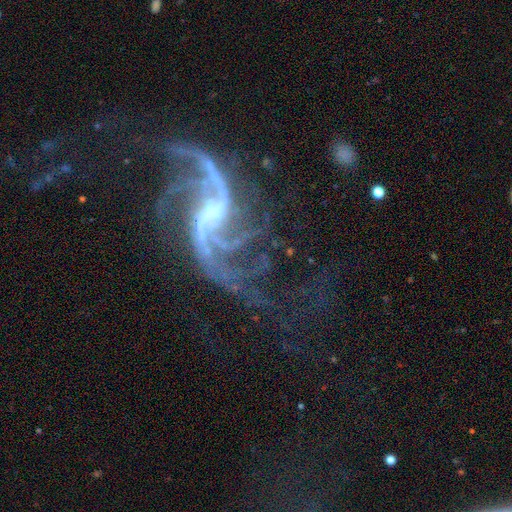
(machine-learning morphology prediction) Q: Smooth or featured?
A: featured or disk (90%); runner-up: star or artifact (7%)
Q: Edge-on disk?
A: no (98%); runner-up: yes (2%)
Q: Bar?
A: weak (45%); runner-up: no (28%)
Q: Spiral arms?
A: yes (98%); runner-up: no (2%)
Q: Spiral winding?
A: loose (67%); runner-up: medium (26%)
Q: Spiral arm count?
A: 2 (43%); runner-up: 3 (17%)
Q: Bulge size?
A: small (58%); runner-up: moderate (22%)
Q: Merging?
A: none (49%); runner-up: major disturbance (30%)